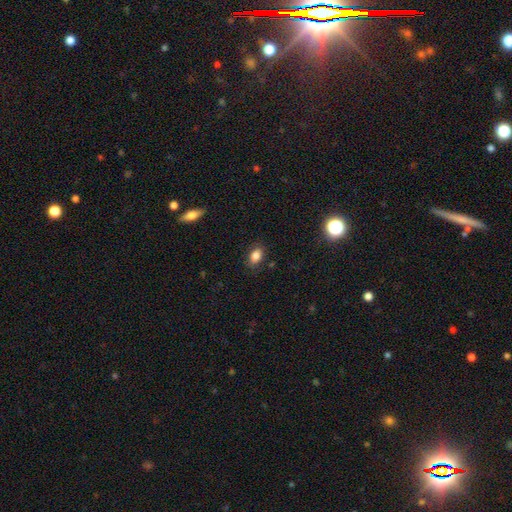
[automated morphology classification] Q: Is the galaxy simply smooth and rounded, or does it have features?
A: smooth — 82%.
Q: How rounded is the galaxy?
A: in between — 86%.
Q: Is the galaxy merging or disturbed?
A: none — 82%.